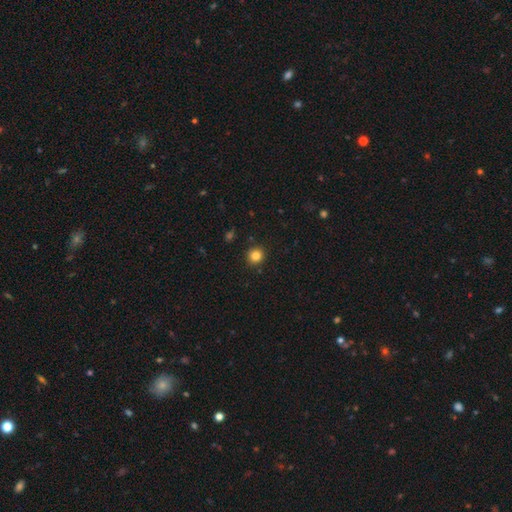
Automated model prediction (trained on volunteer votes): smooth-or-featured: smooth: 83% | star or artifact: 12% | featured or disk: 5%
  how-rounded: round: 92% | in between: 7% | cigar-shaped: 1%
  merging: none: 91% | minor disturbance: 6% | major disturbance: 2% | merger: 1%